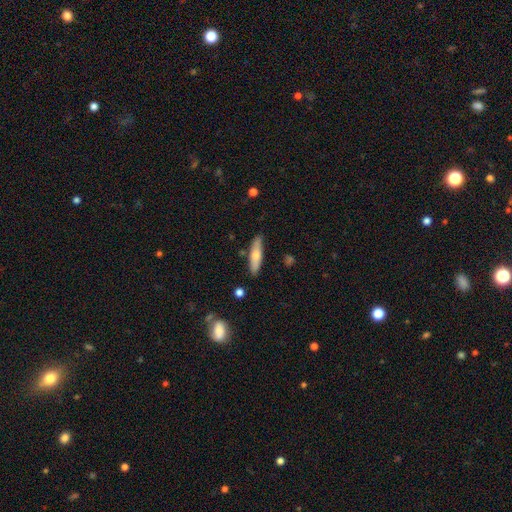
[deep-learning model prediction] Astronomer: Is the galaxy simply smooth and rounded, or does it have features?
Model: smooth — 64%.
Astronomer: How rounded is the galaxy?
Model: cigar-shaped — 72%.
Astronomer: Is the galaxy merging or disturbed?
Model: none — 84%.